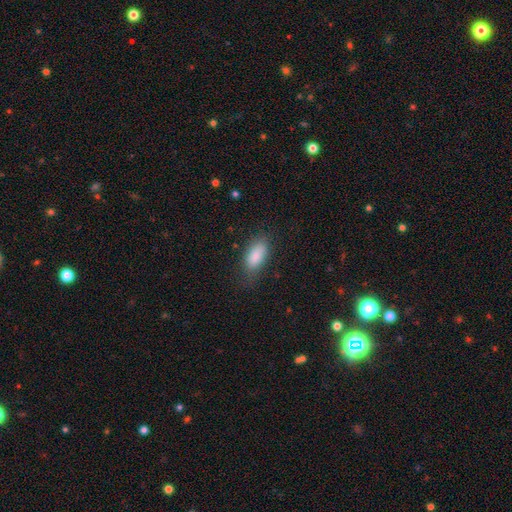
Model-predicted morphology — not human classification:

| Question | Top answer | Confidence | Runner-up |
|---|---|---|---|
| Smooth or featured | smooth | 86% | star or artifact (7%) |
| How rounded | in between | 89% | cigar-shaped (9%) |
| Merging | none | 74% | minor disturbance (19%) |